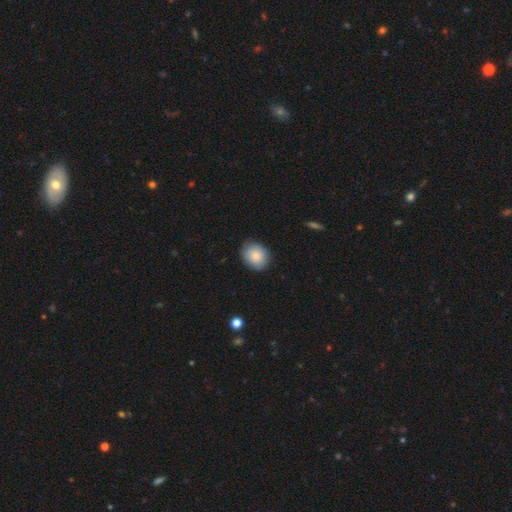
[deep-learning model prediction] Overall: smooth (86%). How rounded: round (59%; in between 40%). Merging: none (84%).